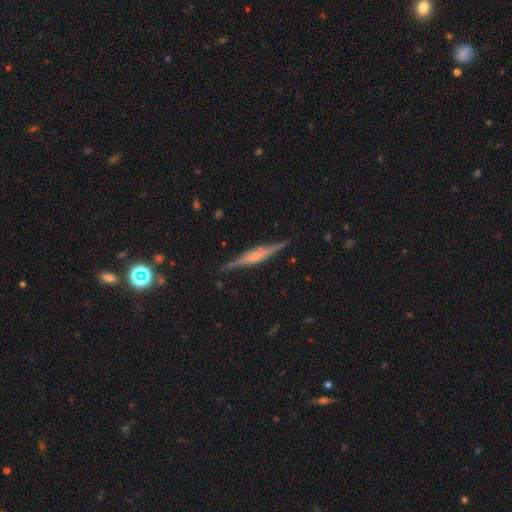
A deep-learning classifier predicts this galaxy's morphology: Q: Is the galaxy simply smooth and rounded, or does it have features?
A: featured or disk — 76%.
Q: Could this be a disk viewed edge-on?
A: yes — 97%.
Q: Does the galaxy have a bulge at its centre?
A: rounded — 47%.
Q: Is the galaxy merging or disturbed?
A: none — 87%.